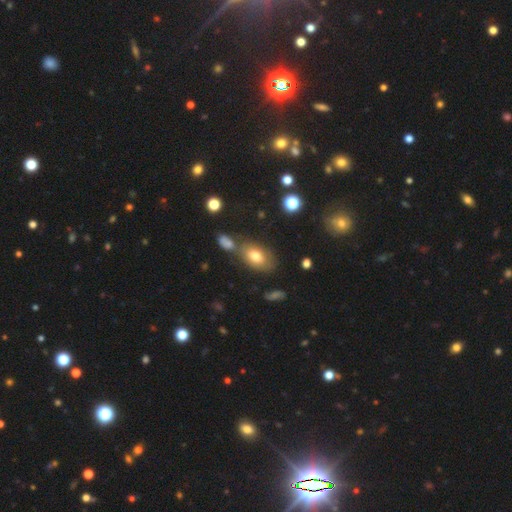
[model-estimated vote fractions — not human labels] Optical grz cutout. It shows a smooth galaxy with no disk features (72%) that is in between round and cigar-shaped (87%). Merging: none (60%).